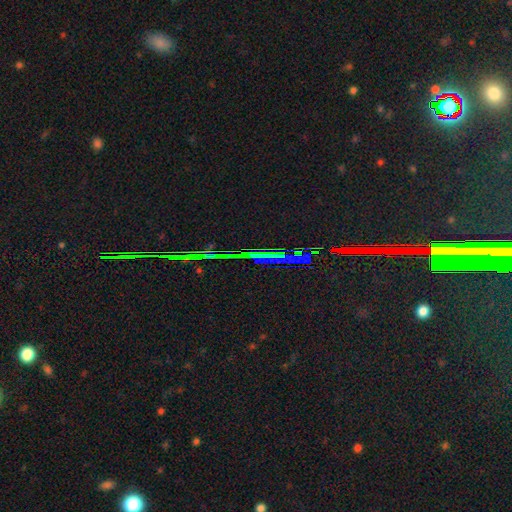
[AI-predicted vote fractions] This is clearly a star or artifact rather than a galaxy (83%).